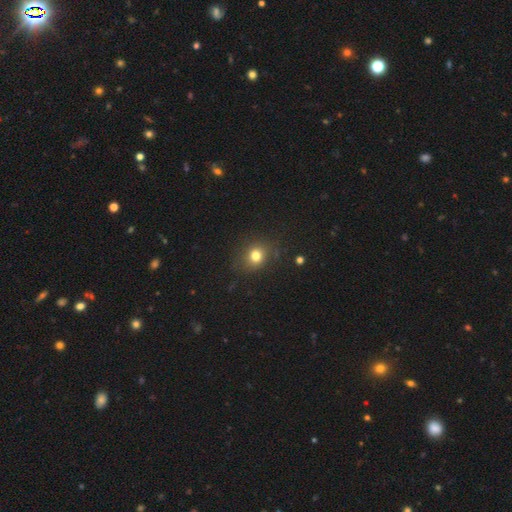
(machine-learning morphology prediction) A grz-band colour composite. It shows a smooth galaxy with no disk features (77%) that is round (69%). Merging: none (82%).